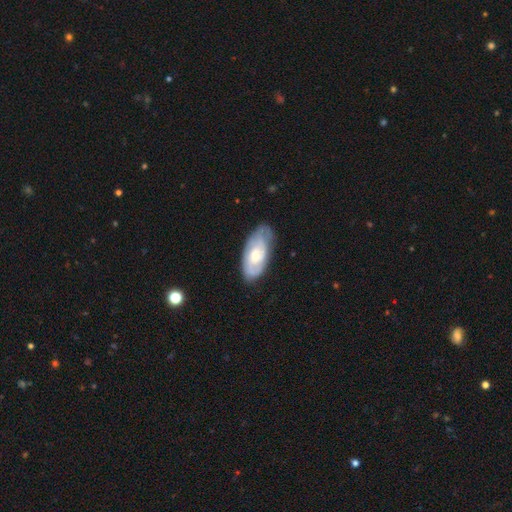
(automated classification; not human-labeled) Smooth or featured? featured or disk (65%)
Edge-on disk? no (92%)
Bar? no (65%)
Spiral arms? yes (82%)
Bulge size? moderate (65%)
Merging? none (66%)